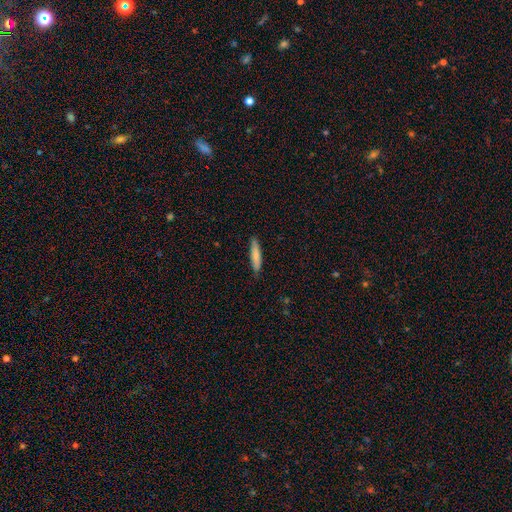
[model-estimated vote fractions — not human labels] smooth_or_featured: smooth (p=0.80) [alt: featured or disk p=0.15]
how_rounded: cigar-shaped (p=0.85) [alt: in between p=0.13]
merging: none (p=0.85) [alt: minor disturbance p=0.12]